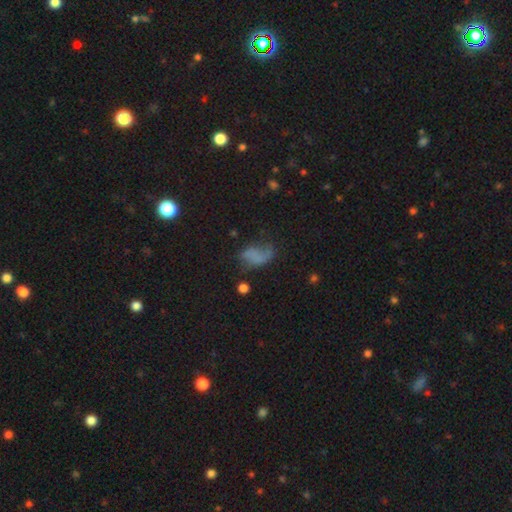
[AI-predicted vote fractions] Smooth or featured? Predicted: smooth (p=0.52). How rounded? Predicted: in between (p=0.85). Merging? Predicted: none (p=0.35).